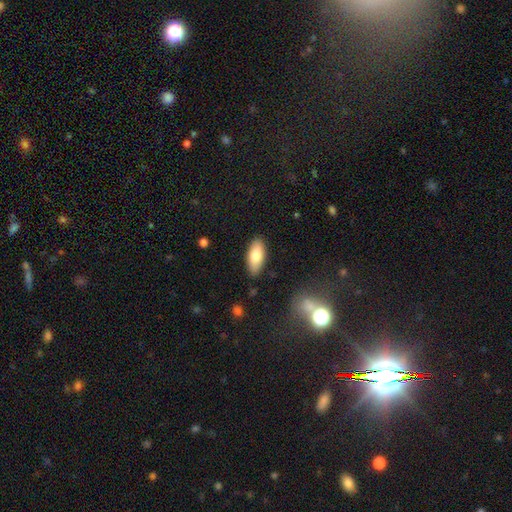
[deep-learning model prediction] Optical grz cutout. It shows a smooth galaxy with no disk features (79%) that is in between round and cigar-shaped (86%). Merging: none (86%).